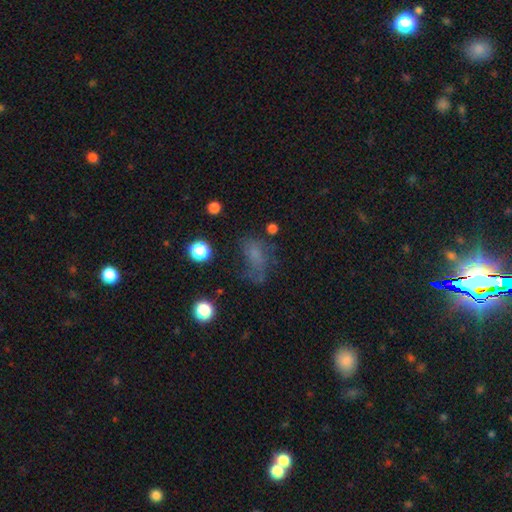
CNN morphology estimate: type=smooth (53%); roundness=in between (77%); merging=none (39%).